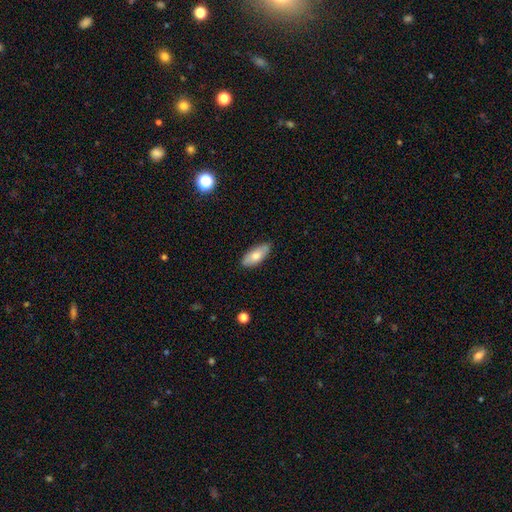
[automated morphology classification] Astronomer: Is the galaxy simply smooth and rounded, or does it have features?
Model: smooth — 76%.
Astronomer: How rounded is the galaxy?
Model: in between — 85%.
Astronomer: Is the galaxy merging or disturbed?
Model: none — 85%.